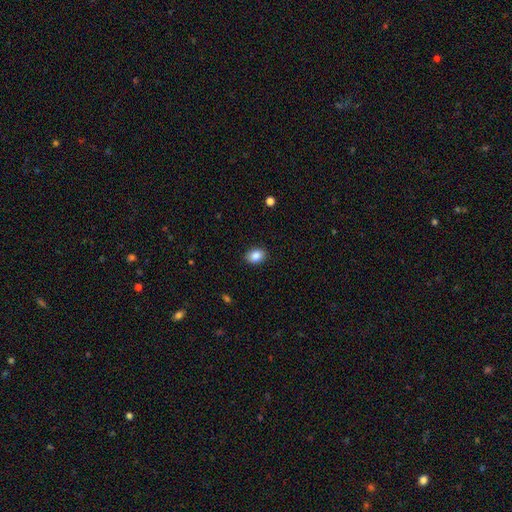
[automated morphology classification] A smooth galaxy with no disk features (88%) that is in between round and cigar-shaped (73%). Merging: none (89%).